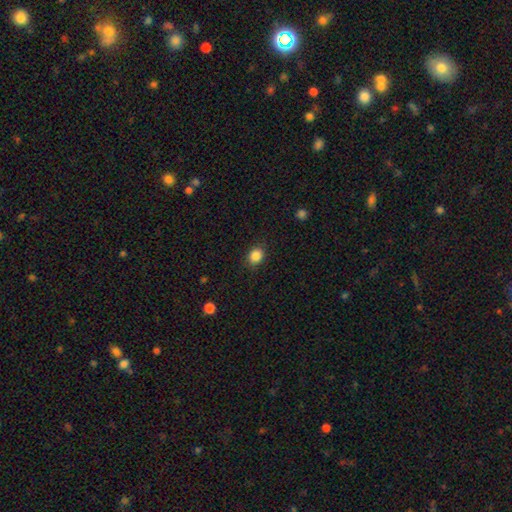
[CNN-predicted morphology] Smooth or featured: smooth — 87% (star or artifact — 10%)
How rounded: round — 55% (in between — 44%)
Merging: none — 86% (minor disturbance — 10%)